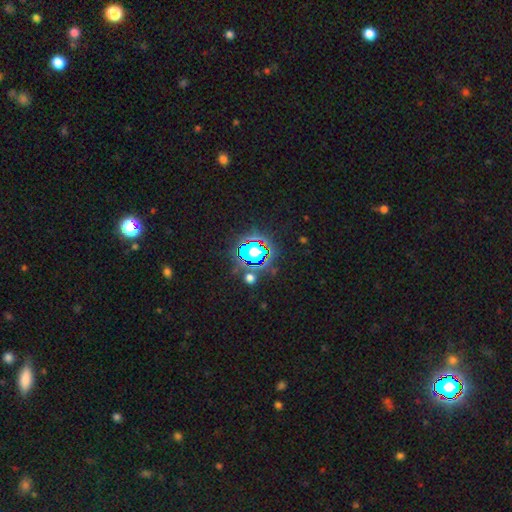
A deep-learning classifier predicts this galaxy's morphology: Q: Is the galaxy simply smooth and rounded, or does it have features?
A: star or artifact — 64%.